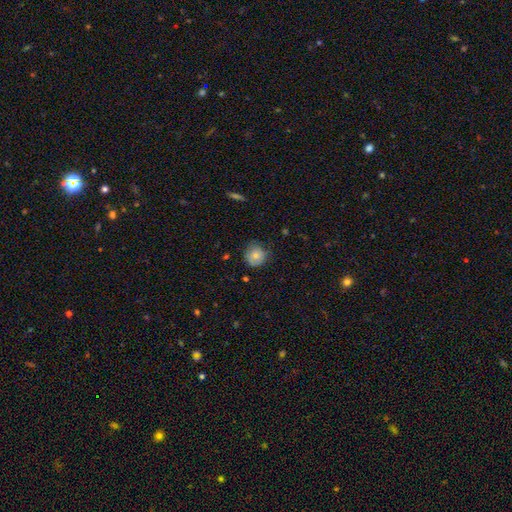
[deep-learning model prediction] Overall: smooth (75%). How rounded: round (83%). Merging: none (65%; minor disturbance 27%).